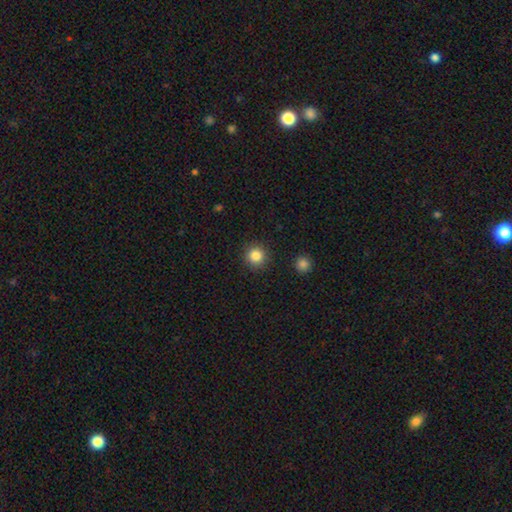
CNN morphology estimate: Q: Smooth or featured?
A: smooth (84%); runner-up: star or artifact (11%)
Q: How rounded?
A: round (95%); runner-up: in between (5%)
Q: Merging?
A: none (90%); runner-up: minor disturbance (6%)